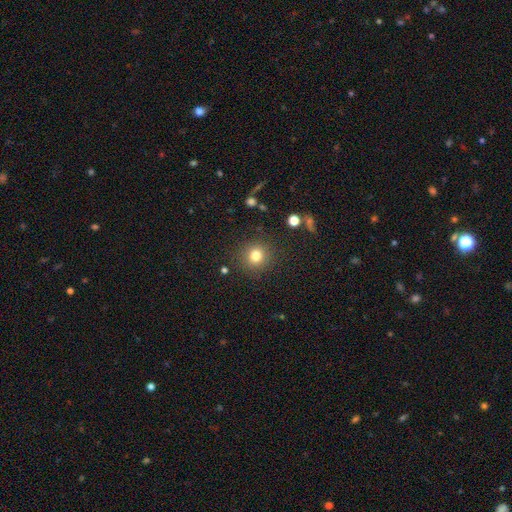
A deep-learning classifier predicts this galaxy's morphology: Smooth or featured: smooth — 80% (star or artifact — 13%)
How rounded: round — 90% (in between — 9%)
Merging: none — 88% (minor disturbance — 7%)